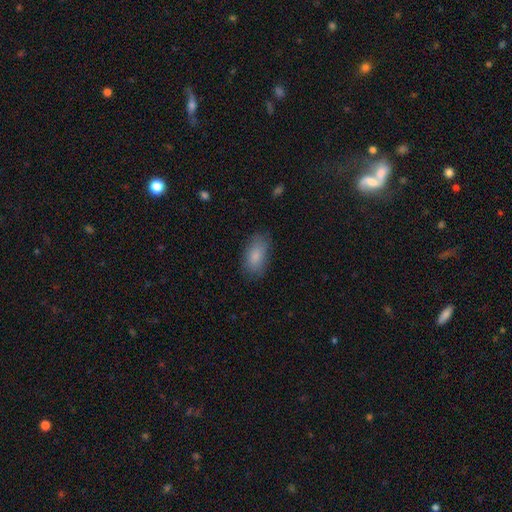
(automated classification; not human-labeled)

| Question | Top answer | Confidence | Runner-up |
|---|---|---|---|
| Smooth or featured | smooth | 84% | featured or disk (9%) |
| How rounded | in between | 91% | cigar-shaped (6%) |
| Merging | none | 79% | minor disturbance (16%) |